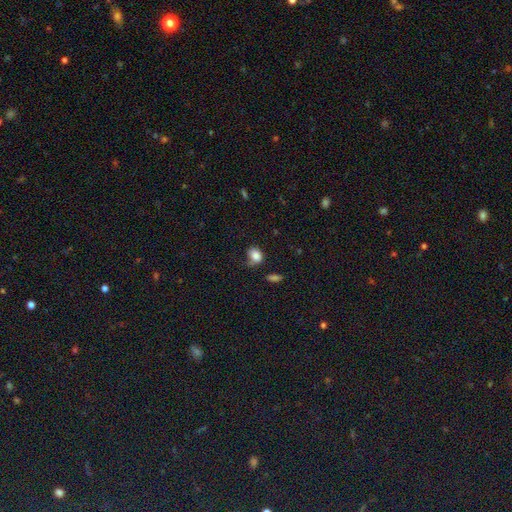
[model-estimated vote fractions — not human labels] smooth 82%, star or artifact 9%, featured or disk 9%. Down the decision tree: how rounded — in between (59%); merging — none (47%).